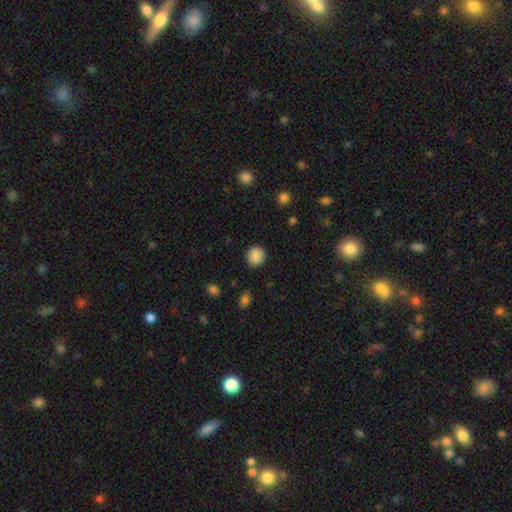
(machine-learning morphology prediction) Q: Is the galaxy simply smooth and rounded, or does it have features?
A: smooth — 88%.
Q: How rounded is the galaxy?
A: round — 84%.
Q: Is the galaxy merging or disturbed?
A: none — 88%.